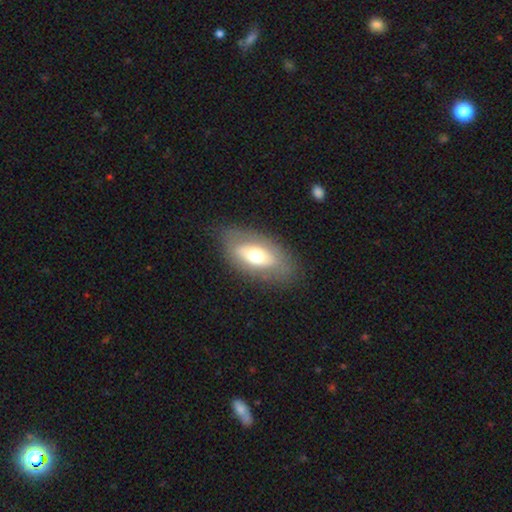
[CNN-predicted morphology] Smooth or featured? smooth (54%)
How rounded? in between (88%)
Merging? none (79%)